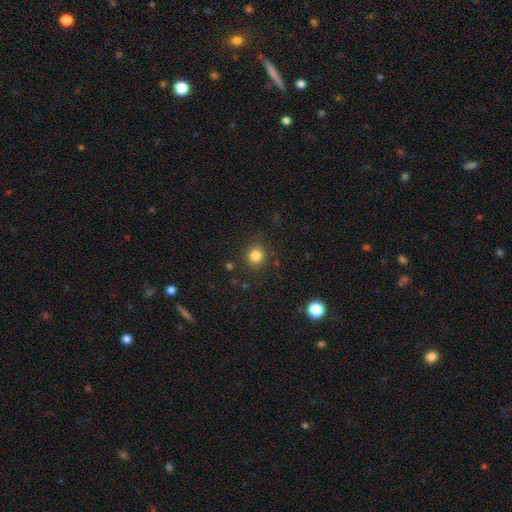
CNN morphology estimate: smooth_or_featured: smooth (p=0.83) [alt: star or artifact p=0.12]
how_rounded: round (p=0.87) [alt: in between p=0.12]
merging: none (p=0.87) [alt: minor disturbance p=0.08]